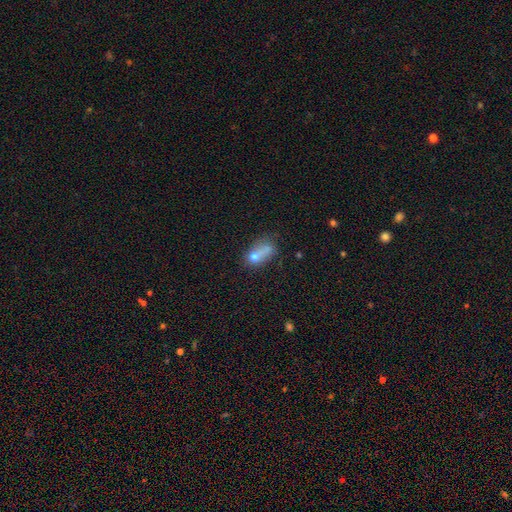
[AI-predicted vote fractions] Smooth or featured?
  - smooth: 64% *
  - featured or disk: 23%
  - star or artifact: 13%
How rounded?
  - in between: 67% *
  - round: 26%
  - cigar-shaped: 7%
Merging?
  - merger: 45% *
  - none: 26%
  - minor disturbance: 15%
  - major disturbance: 14%